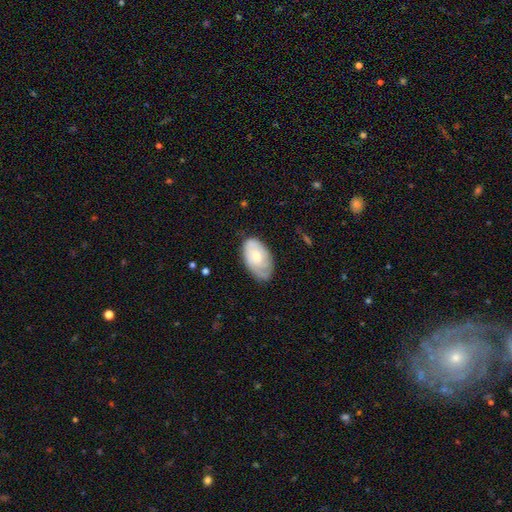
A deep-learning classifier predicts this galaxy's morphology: A featured or disk galaxy (49%).

Vote fractions:
- Smooth or featured? featured or disk: 49% / smooth: 46% / star or artifact: 5%
- Merging? none: 69% / minor disturbance: 24% / major disturbance: 6% / merger: 1%